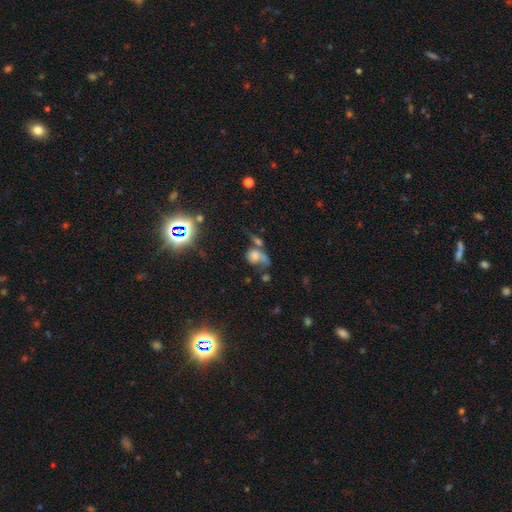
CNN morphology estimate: smooth_or_featured: smooth (p=0.55) [alt: featured or disk p=0.25]
how_rounded: in between (p=0.51) [alt: round p=0.46]
merging: merger (p=0.35) [alt: major disturbance p=0.25]